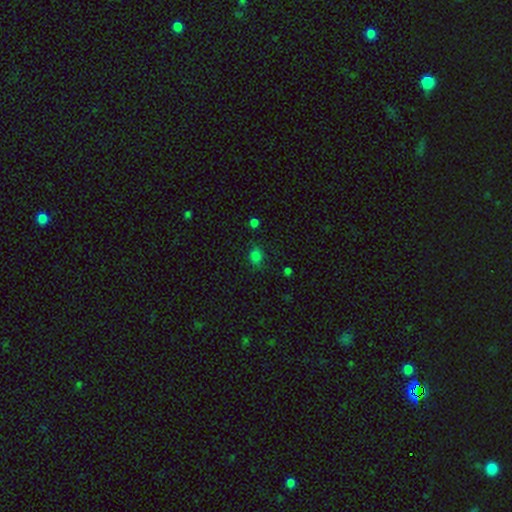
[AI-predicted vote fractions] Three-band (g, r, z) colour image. It shows a smooth galaxy with no disk features (78%) that is round (50%). Merging: none (75%).